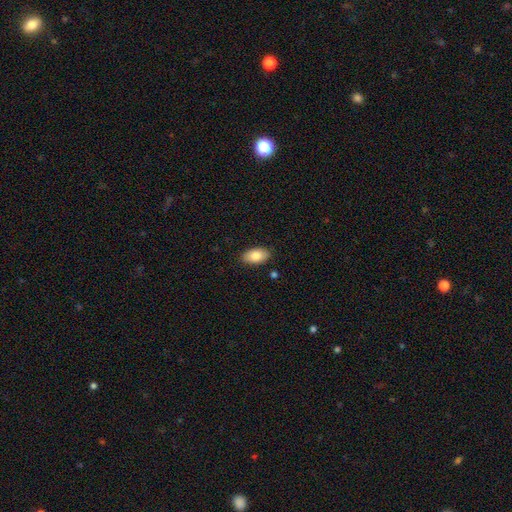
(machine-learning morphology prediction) smooth_or_featured: smooth (p=0.82) [alt: featured or disk p=0.11]
how_rounded: in between (p=0.94) [alt: round p=0.04]
merging: none (p=0.88) [alt: minor disturbance p=0.09]